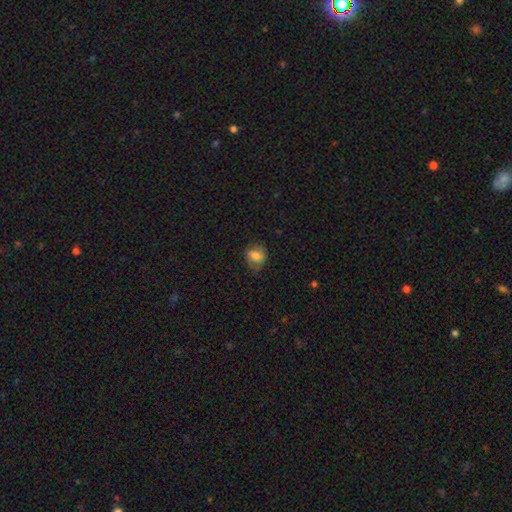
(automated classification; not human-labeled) Q: Smooth or featured?
A: smooth (77%); runner-up: featured or disk (14%)
Q: How rounded?
A: round (52%); runner-up: in between (46%)
Q: Merging?
A: none (70%); runner-up: minor disturbance (22%)